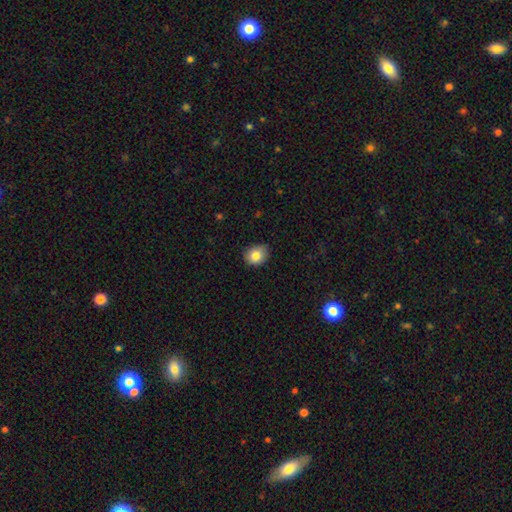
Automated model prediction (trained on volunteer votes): The model was most divided on "how rounded": round: 57%, in between: 42%, cigar-shaped: 1%. More confident: smooth or featured — smooth (84%); merging — none (78%).